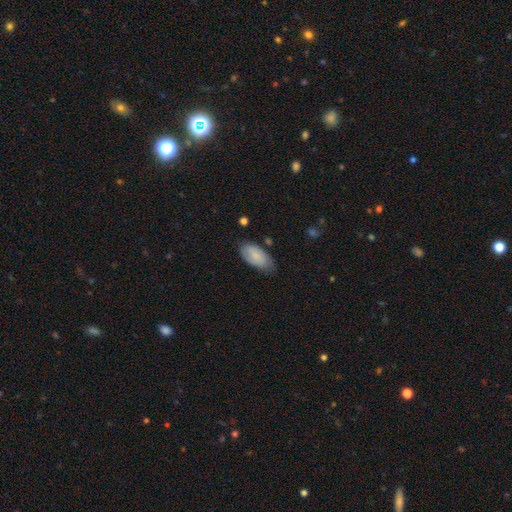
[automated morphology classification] type=smooth (78%); roundness=in between (94%); merging=none (67%).